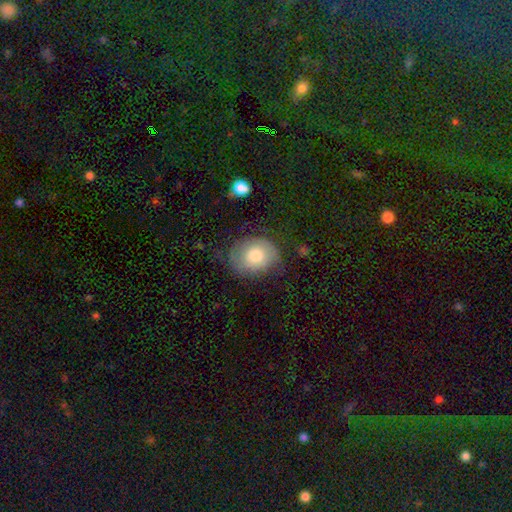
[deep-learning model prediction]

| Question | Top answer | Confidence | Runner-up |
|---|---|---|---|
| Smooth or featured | smooth | 67% | featured or disk (26%) |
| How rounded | round | 57% | in between (42%) |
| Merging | none | 63% | minor disturbance (25%) |